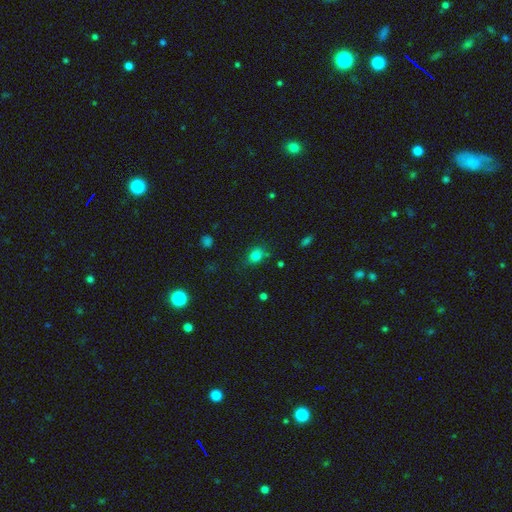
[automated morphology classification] Q: Smooth or featured?
A: smooth (79%); runner-up: star or artifact (14%)
Q: How rounded?
A: in between (51%); runner-up: round (47%)
Q: Merging?
A: none (71%); runner-up: minor disturbance (20%)